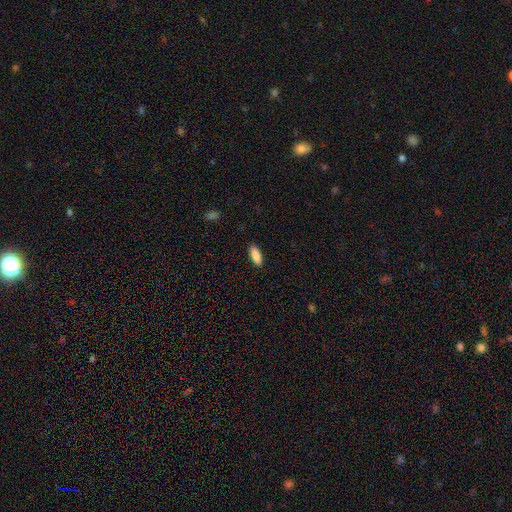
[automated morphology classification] type=smooth (87%); roundness=in between (71%); merging=none (89%).